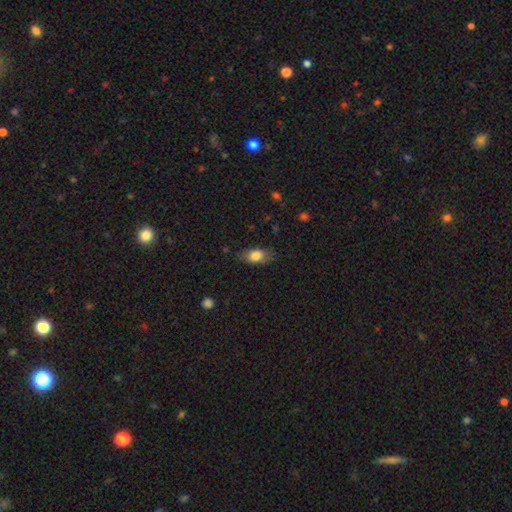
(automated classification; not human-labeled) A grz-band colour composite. It shows a smooth galaxy with no disk features (80%) that is in between round and cigar-shaped (87%). Merging: none (79%).